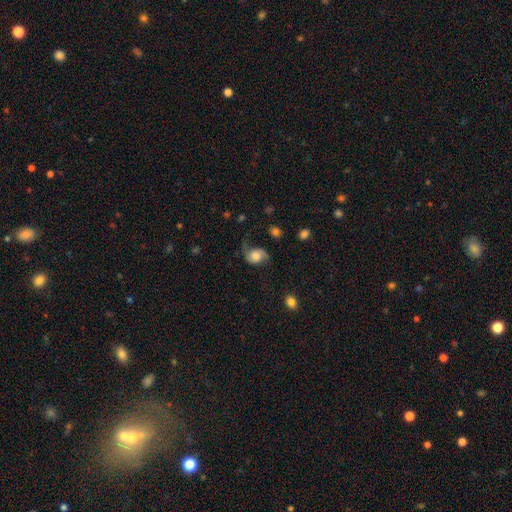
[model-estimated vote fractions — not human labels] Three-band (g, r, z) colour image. It shows a featured or disk galaxy (55%) with no bar (71%), spiral arms (90%) and a moderate central bulge (37%). Merging: none (51%).